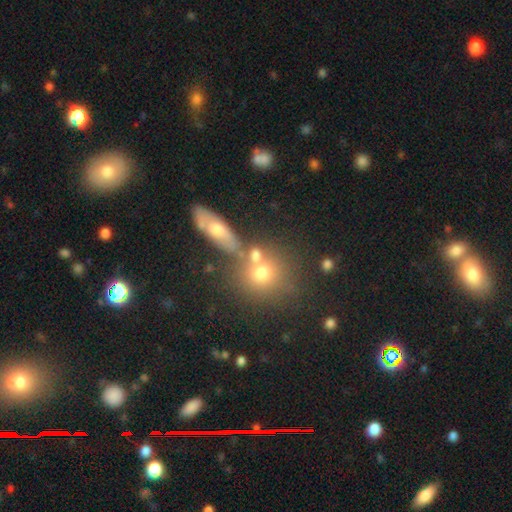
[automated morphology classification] A smooth galaxy with no disk features (69%) that is round (71%). Merging: none (52%).